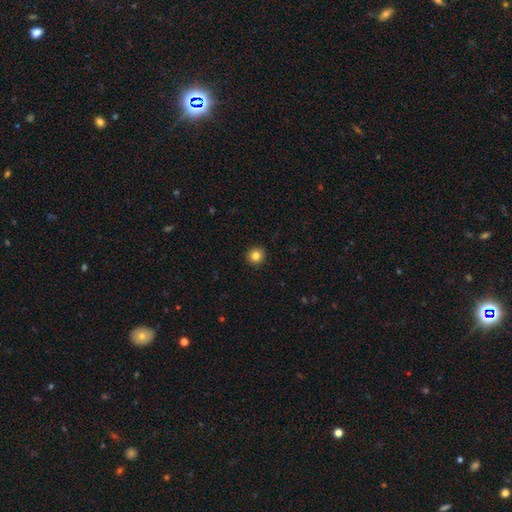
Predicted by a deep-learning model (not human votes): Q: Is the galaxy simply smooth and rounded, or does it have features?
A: smooth — 83%.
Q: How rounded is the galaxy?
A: round — 94%.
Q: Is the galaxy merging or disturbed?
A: none — 93%.